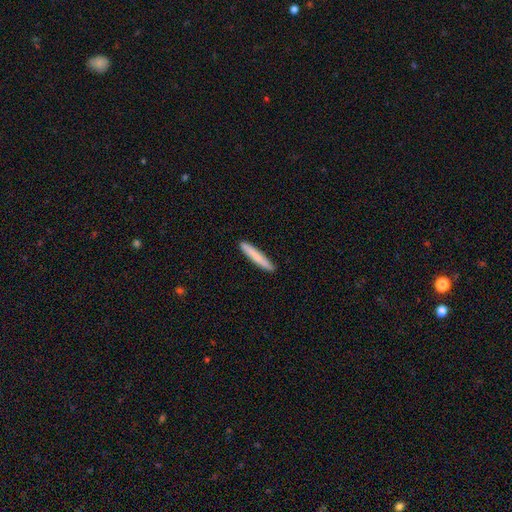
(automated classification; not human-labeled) Smooth or featured: smooth — 81% (featured or disk — 14%)
How rounded: cigar-shaped — 95% (in between — 4%)
Merging: none — 91% (minor disturbance — 7%)